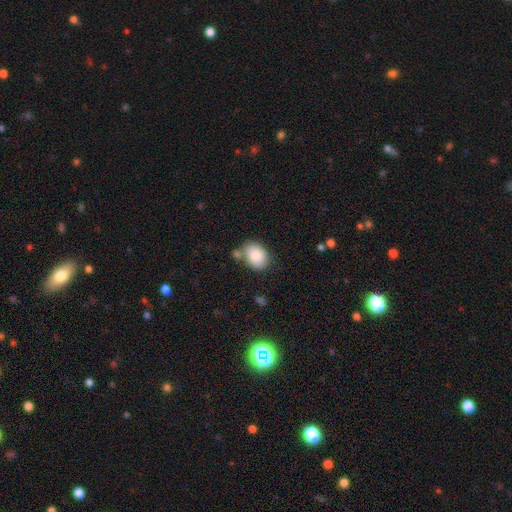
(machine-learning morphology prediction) smooth-or-featured: smooth: 85% | featured or disk: 8% | star or artifact: 7%
  how-rounded: in between: 69% | round: 30% | cigar-shaped: 1%
  merging: none: 64% | minor disturbance: 17% | merger: 14% | major disturbance: 5%